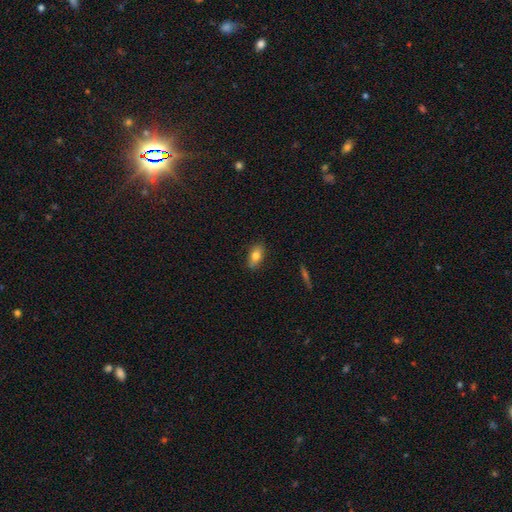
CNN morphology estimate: Overall: smooth (76%). How rounded: in between (85%). Merging: none (84%).